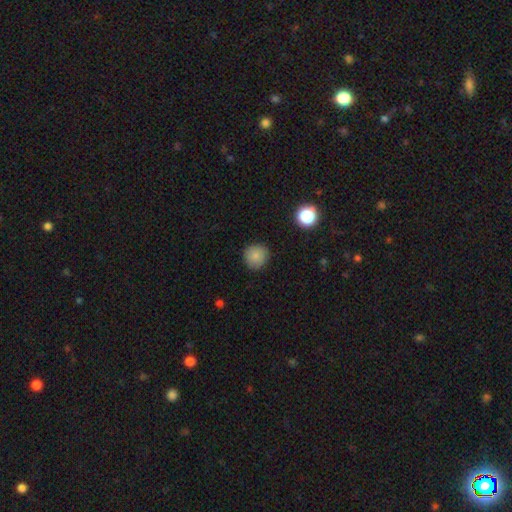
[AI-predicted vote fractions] Morphology: type=smooth (84%); roundness=round (92%); merging=none (88%).